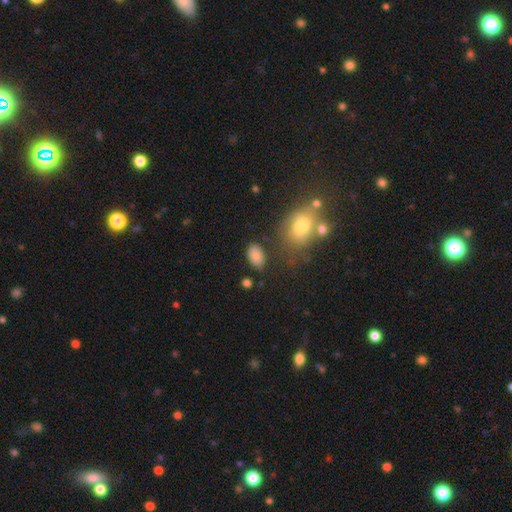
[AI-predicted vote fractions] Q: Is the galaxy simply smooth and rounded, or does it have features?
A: smooth — 85%.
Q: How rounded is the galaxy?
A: in between — 91%.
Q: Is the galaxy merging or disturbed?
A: none — 78%.